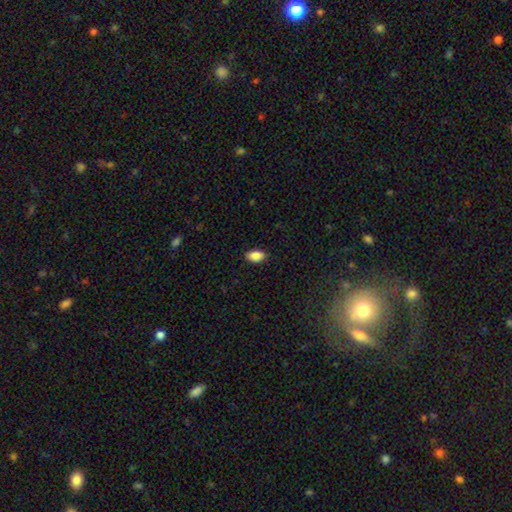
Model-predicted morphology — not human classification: A smooth galaxy with no disk features (87%) that is in between round and cigar-shaped (91%). Merging: none (88%).